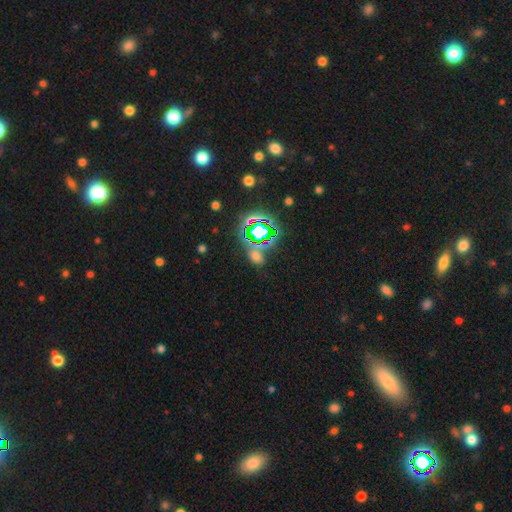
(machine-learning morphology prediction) Smooth or featured?
  - star or artifact: 48% *
  - smooth: 43%
  - featured or disk: 9%